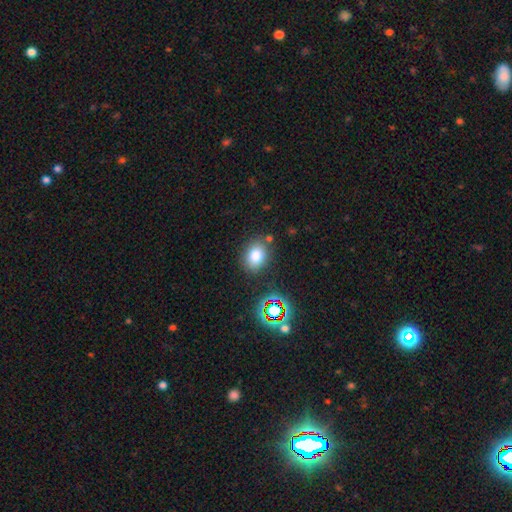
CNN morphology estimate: A smooth galaxy with no disk features (78%) that is in between round and cigar-shaped (54%). Merging: none (80%).